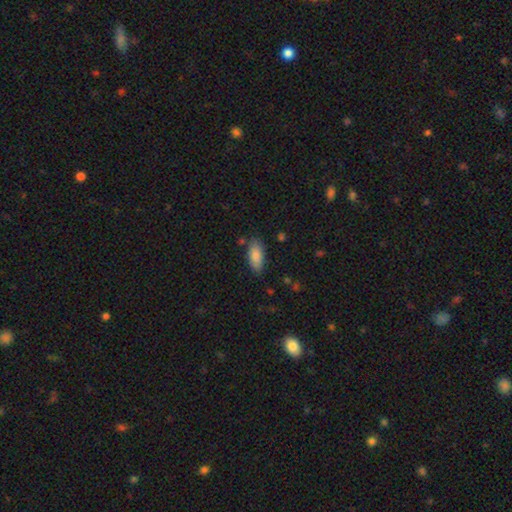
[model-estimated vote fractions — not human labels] Smooth or featured?
  - smooth: 86% *
  - featured or disk: 7%
  - star or artifact: 6%
How rounded?
  - in between: 87% *
  - cigar-shaped: 11%
  - round: 2%
Merging?
  - none: 80% *
  - minor disturbance: 14%
  - major disturbance: 3%
  - merger: 3%